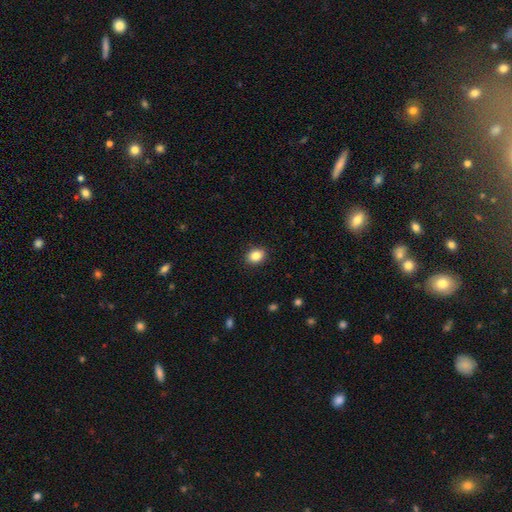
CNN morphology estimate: Smooth or featured?
  - smooth: 85% *
  - star or artifact: 9%
  - featured or disk: 6%
How rounded?
  - in between: 57% *
  - round: 42%
  - cigar-shaped: 1%
Merging?
  - none: 90% *
  - minor disturbance: 8%
  - major disturbance: 2%
  - merger: 1%